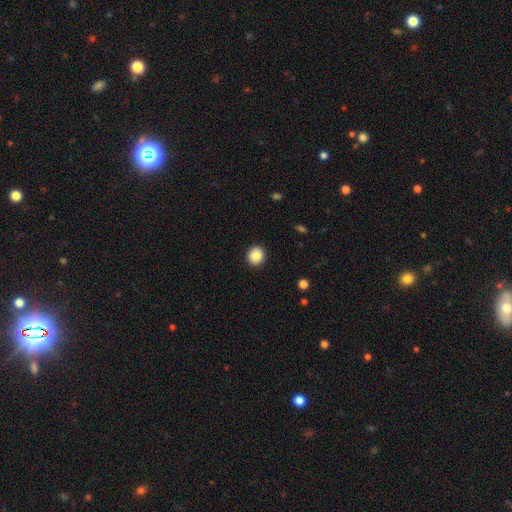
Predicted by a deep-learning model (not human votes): The model was most divided on "smooth or featured": smooth: 85%, star or artifact: 9%, featured or disk: 6%. More confident: merging — none (92%); how rounded — round (89%).